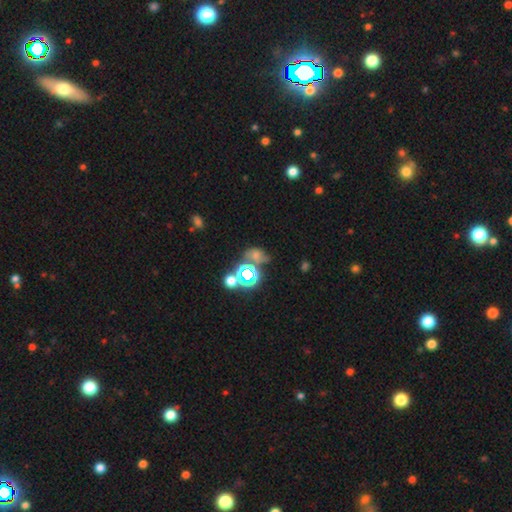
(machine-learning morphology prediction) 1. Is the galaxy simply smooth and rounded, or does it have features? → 52% star or artifact, 32% smooth, 17% featured or disk.